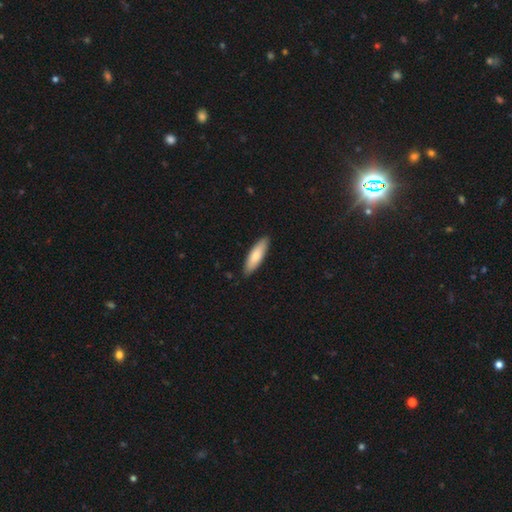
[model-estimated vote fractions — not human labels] smooth 78%, featured or disk 17%, star or artifact 5%. Down the decision tree: how rounded — cigar-shaped (55%); merging — none (89%).